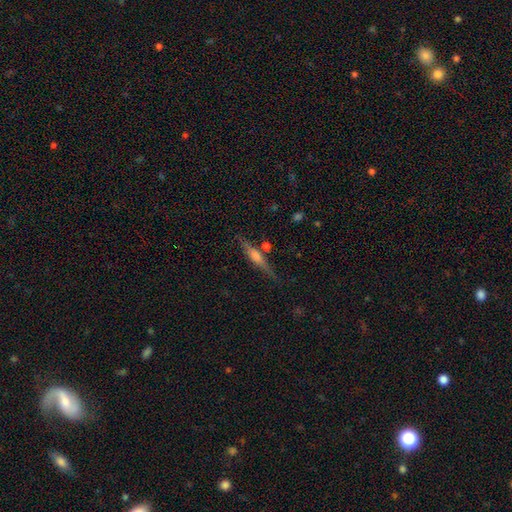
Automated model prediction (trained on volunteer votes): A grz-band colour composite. It shows a featured or disk galaxy (61%) viewed edge-on (96%) with a rounded central bulge (63%). Merging: none (80%).